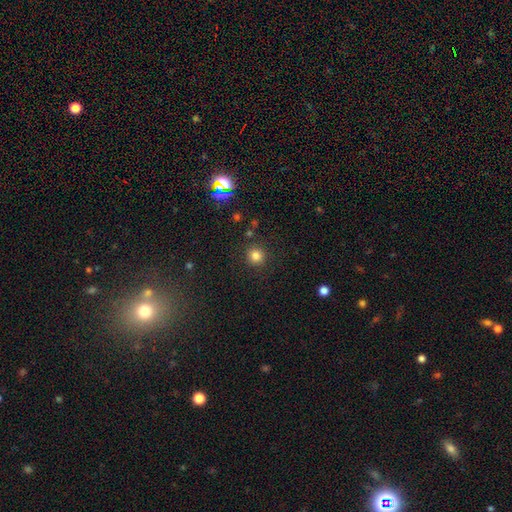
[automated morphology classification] This appears to be a smooth galaxy with no disk features (80%) that is round (93%). Merging: none (89%).